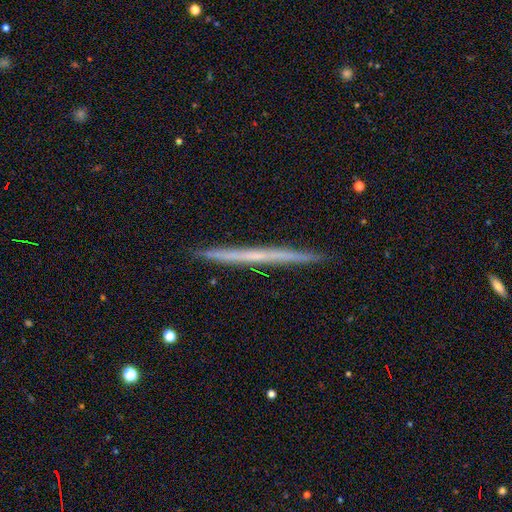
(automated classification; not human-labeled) The model was most divided on "smooth or featured": featured or disk: 58%, smooth: 35%, star or artifact: 7%. More confident: edge-on disk — yes (98%); merging — none (92%); edge-on bulge — none (87%).